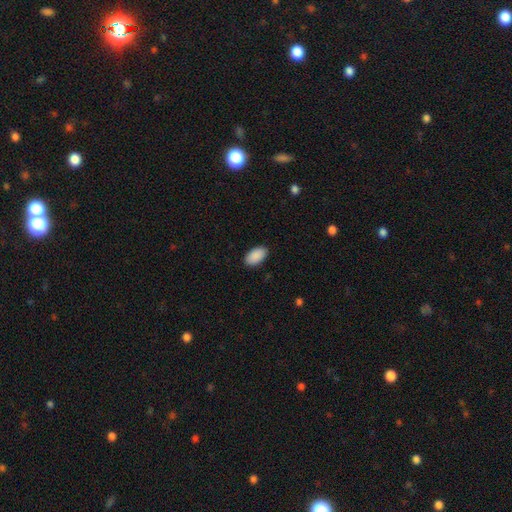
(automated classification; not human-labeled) smooth 91%, star or artifact 6%, featured or disk 3%. Down the decision tree: how rounded — in between (96%); merging — none (89%).